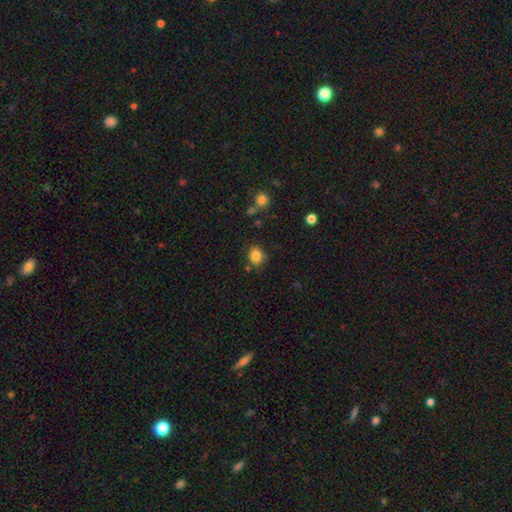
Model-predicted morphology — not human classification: smooth_or_featured: smooth (p=0.84) [alt: star or artifact p=0.11]
how_rounded: round (p=0.70) [alt: in between p=0.29]
merging: none (p=0.78) [alt: minor disturbance p=0.14]